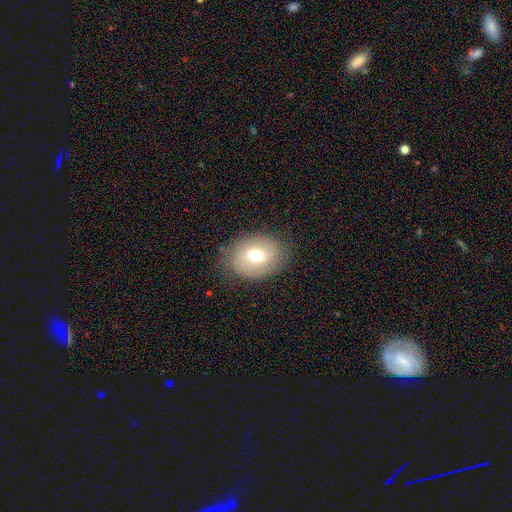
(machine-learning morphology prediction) Smooth or featured? Predicted: smooth (p=0.67). How rounded? Predicted: in between (p=0.60). Merging? Predicted: none (p=0.79).